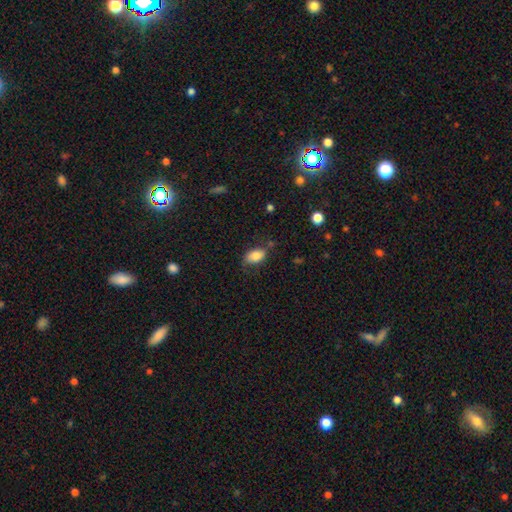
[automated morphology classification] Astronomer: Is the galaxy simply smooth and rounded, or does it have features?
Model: smooth — 82%.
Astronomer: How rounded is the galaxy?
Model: in between — 90%.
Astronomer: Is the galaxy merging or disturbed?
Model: none — 64%.